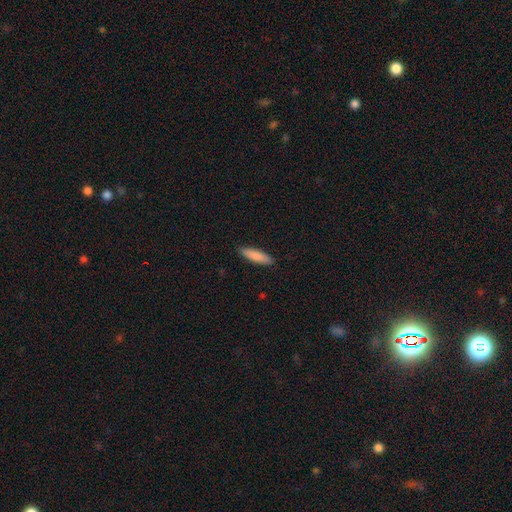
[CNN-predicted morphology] Overall: smooth (86%). How rounded: cigar-shaped (68%; in between 31%). Merging: none (90%).